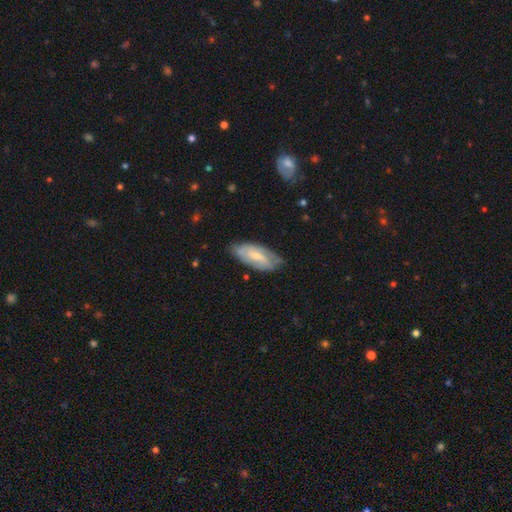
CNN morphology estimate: featured or disk 57%, smooth 37%, star or artifact 6%. Down the decision tree: edge-on disk — no (91%); bar — weak (51%); spiral arms — yes (80%); bulge size — small (54%); merging — none (70%).